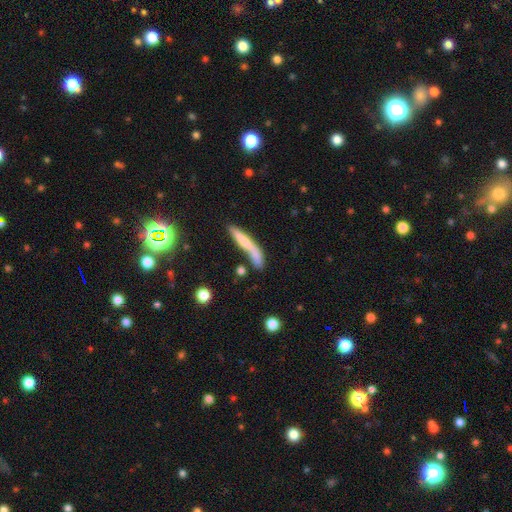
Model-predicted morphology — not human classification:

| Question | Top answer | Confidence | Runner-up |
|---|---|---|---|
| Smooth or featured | smooth | 64% | featured or disk (28%) |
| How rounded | cigar-shaped | 82% | in between (14%) |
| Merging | none | 45% | merger (27%) |